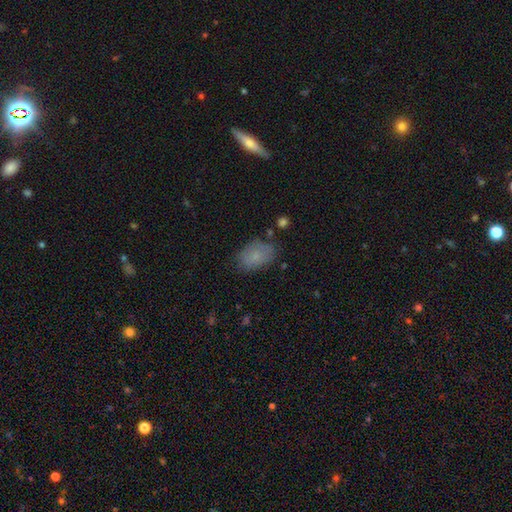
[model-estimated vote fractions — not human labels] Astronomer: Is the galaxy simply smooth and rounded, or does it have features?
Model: smooth — 78%.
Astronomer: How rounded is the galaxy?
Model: in between — 89%.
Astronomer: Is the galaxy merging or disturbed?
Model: none — 75%.